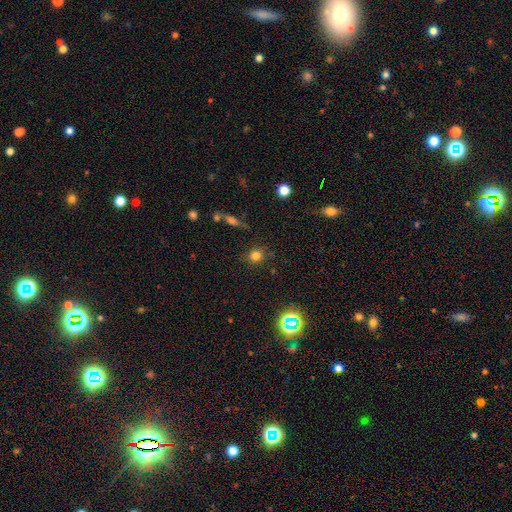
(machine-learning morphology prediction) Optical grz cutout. It shows a smooth galaxy with no disk features (77%) that is round (88%). Merging: none (84%).